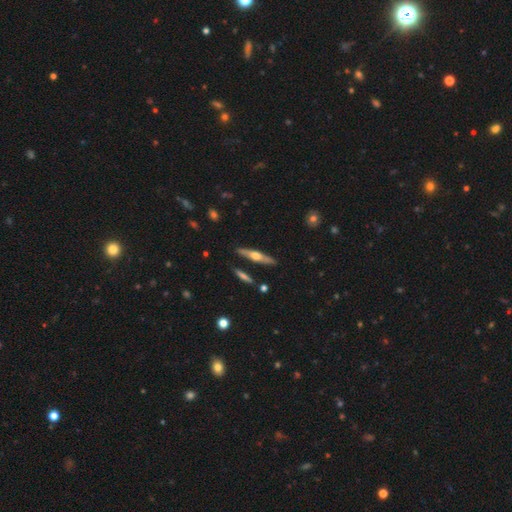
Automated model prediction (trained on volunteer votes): Smooth or featured: featured or disk — 63% (smooth — 32%)
Edge-on disk: yes — 91% (no — 9%)
Edge-on bulge: rounded — 90% (none — 6%)
Merging: none — 85% (minor disturbance — 10%)